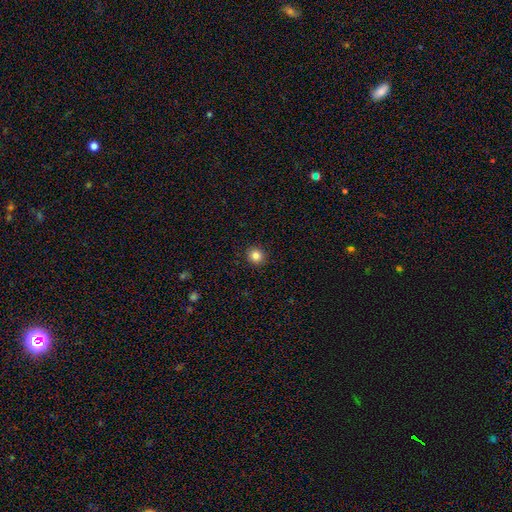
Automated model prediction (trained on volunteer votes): The model was most divided on "smooth or featured": smooth: 84%, star or artifact: 11%, featured or disk: 5%. More confident: merging — none (92%); how rounded — round (88%).